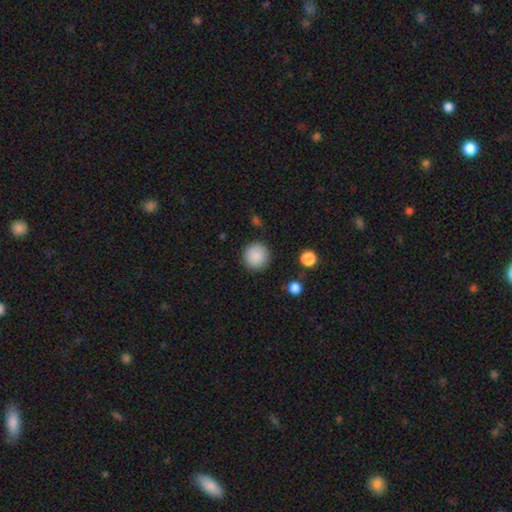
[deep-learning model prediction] Smooth or featured?
  - smooth: 88% *
  - star or artifact: 9%
  - featured or disk: 3%
How rounded?
  - round: 94% *
  - in between: 5%
  - cigar-shaped: 1%
Merging?
  - none: 89% *
  - minor disturbance: 7%
  - major disturbance: 2%
  - merger: 1%